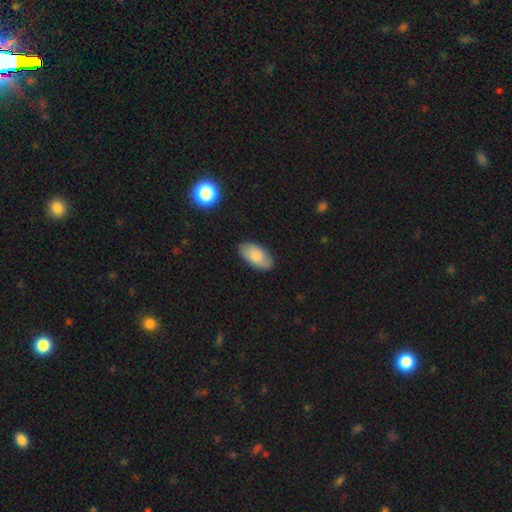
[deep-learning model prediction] Smooth or featured: smooth — 80% (featured or disk — 14%)
How rounded: in between — 95% (cigar-shaped — 3%)
Merging: none — 84% (minor disturbance — 12%)